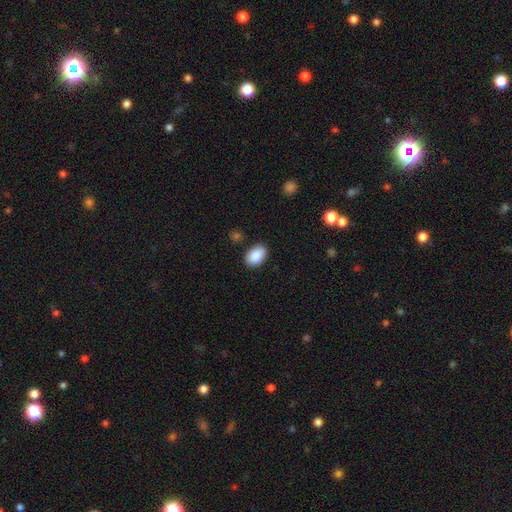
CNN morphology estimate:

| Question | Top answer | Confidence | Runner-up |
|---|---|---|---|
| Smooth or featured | smooth | 89% | star or artifact (7%) |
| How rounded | in between | 88% | round (11%) |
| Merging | none | 84% | minor disturbance (11%) |